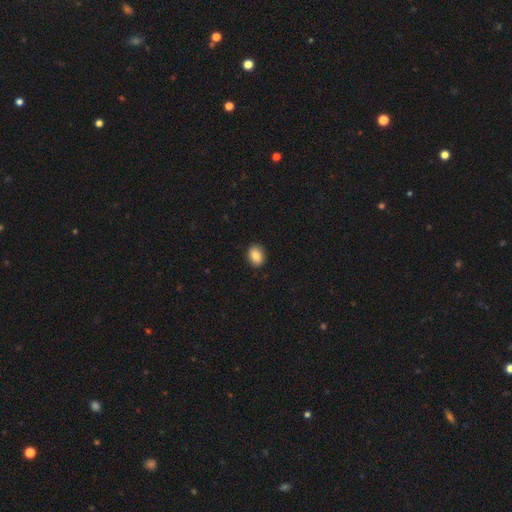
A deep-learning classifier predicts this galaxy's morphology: Smooth or featured? smooth (87%)
How rounded? in between (67%)
Merging? none (90%)